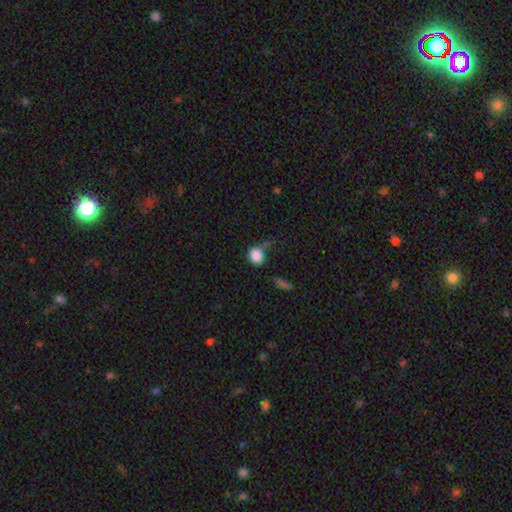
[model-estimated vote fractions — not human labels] smooth 85%, star or artifact 9%, featured or disk 6%. Down the decision tree: how rounded — round (74%); merging — none (53%).